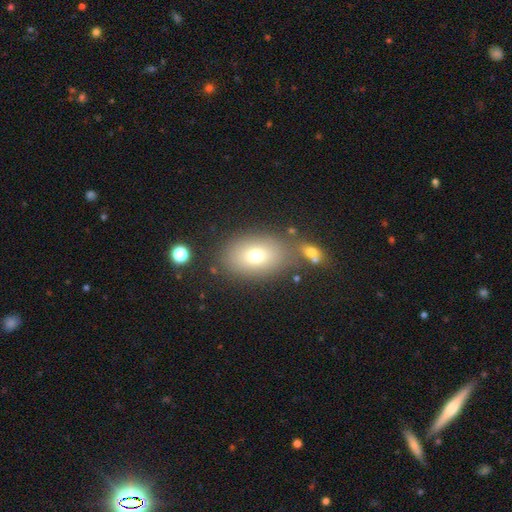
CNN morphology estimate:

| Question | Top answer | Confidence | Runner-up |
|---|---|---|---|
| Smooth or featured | smooth | 72% | featured or disk (16%) |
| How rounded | in between | 80% | round (19%) |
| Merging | none | 72% | minor disturbance (12%) |